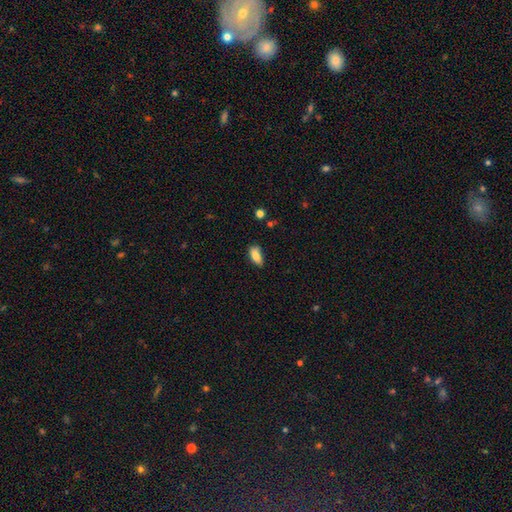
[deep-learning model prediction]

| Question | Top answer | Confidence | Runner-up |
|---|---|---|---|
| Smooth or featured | smooth | 80% | featured or disk (12%) |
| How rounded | in between | 87% | cigar-shaped (8%) |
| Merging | none | 66% | minor disturbance (27%) |